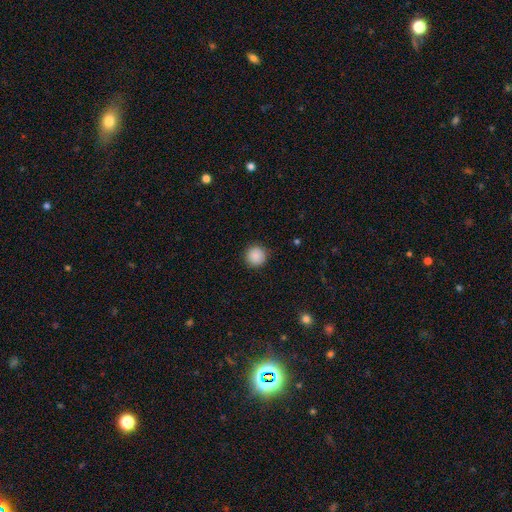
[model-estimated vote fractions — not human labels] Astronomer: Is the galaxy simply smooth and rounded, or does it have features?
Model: smooth — 89%.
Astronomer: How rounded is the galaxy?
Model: round — 96%.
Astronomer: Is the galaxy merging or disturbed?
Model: none — 91%.